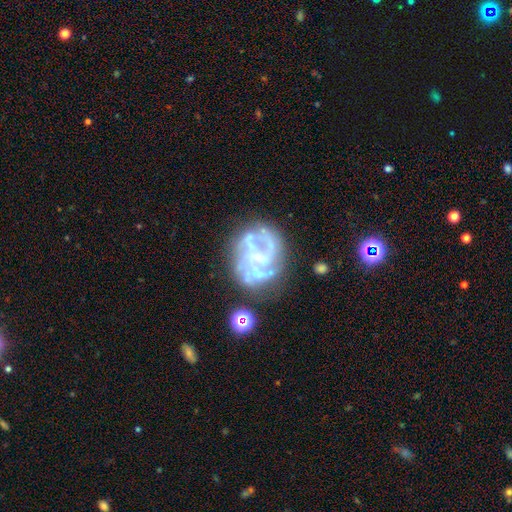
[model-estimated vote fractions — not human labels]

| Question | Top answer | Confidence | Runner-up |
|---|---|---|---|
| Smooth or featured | featured or disk | 79% | star or artifact (11%) |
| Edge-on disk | no | 98% | yes (2%) |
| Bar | no | 58% | weak (32%) |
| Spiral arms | yes | 80% | no (20%) |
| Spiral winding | medium | 42% | tight (37%) |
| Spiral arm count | can't tell | 33% | 3 (22%) |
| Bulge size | small | 63% | moderate (18%) |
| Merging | none | 59% | minor disturbance (18%) |